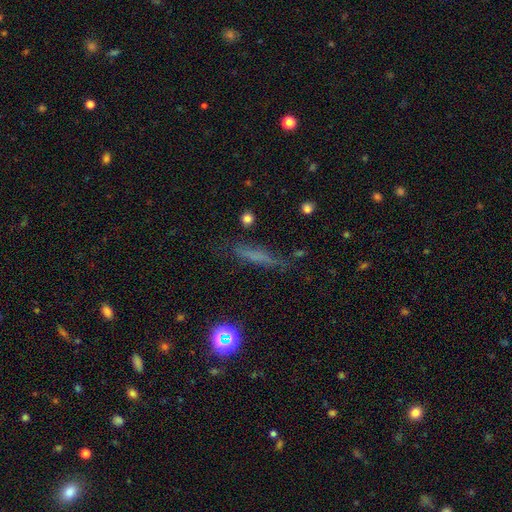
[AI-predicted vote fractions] smooth-or-featured: smooth: 55% | featured or disk: 28% | star or artifact: 17%
  how-rounded: cigar-shaped: 85% | in between: 11% | round: 5%
  merging: none: 74% | minor disturbance: 17% | major disturbance: 6% | merger: 3%